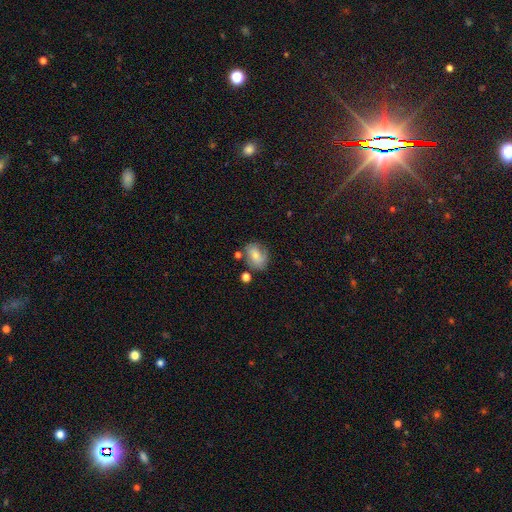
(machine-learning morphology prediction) type=smooth (56%); roundness=in between (58%); merging=none (60%).